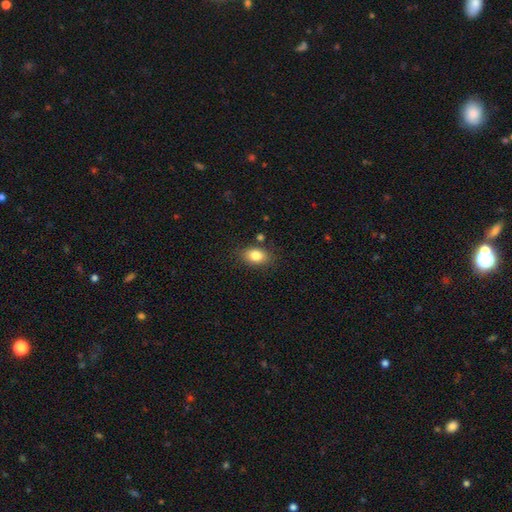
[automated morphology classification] smooth_or_featured: smooth (p=0.82) [alt: star or artifact p=0.09]
how_rounded: in between (p=0.80) [alt: round p=0.19]
merging: none (p=0.81) [alt: minor disturbance p=0.12]